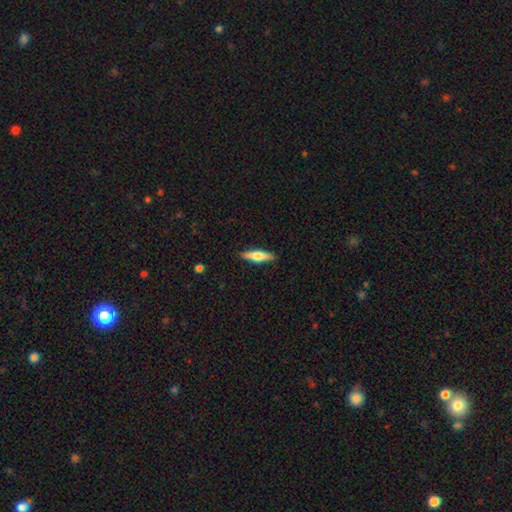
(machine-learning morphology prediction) Smooth or featured? smooth (50%)
How rounded? cigar-shaped (65%)
Merging? none (89%)